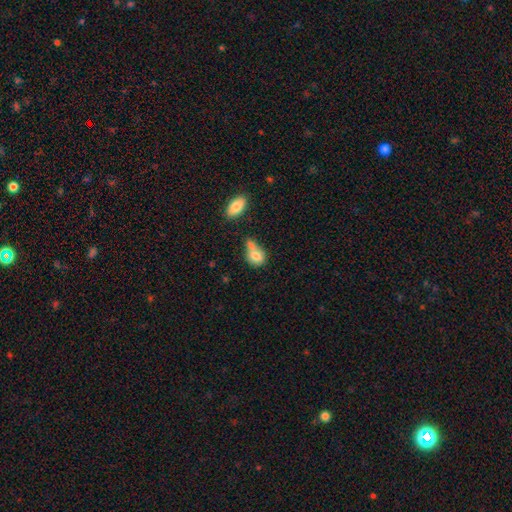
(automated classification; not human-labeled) Smooth or featured: smooth — 78% (featured or disk — 13%)
How rounded: in between — 54% (round — 44%)
Merging: merger — 50% (none — 30%)